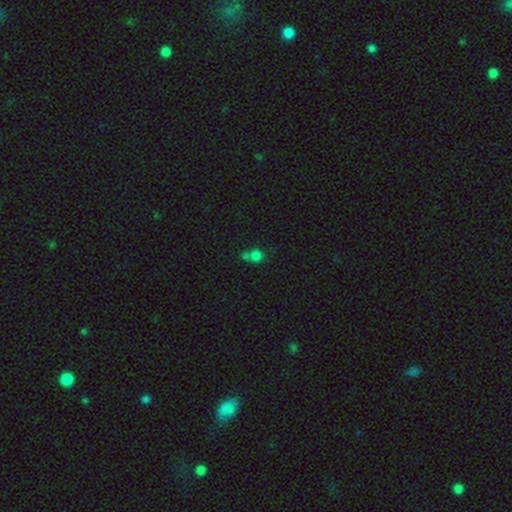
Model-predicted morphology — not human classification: smooth-or-featured: smooth: 73% | star or artifact: 19% | featured or disk: 8%
  how-rounded: round: 84% | in between: 15% | cigar-shaped: 1%
  merging: none: 46% | merger: 37% | minor disturbance: 11% | major disturbance: 6%